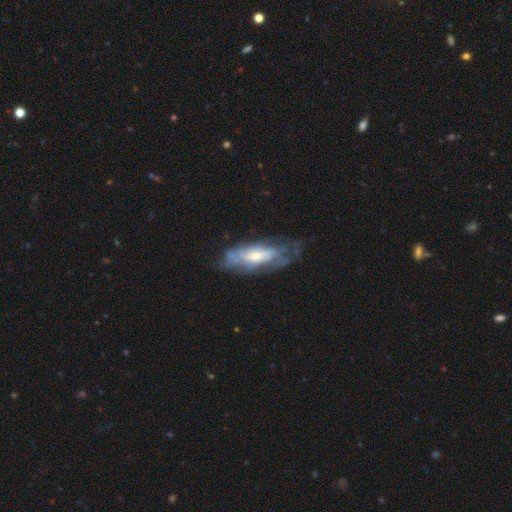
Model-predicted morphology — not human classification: Smooth or featured? Predicted: featured or disk (p=0.70). Edge-on disk? Predicted: no (p=0.79). Bar? Predicted: no (p=0.56). Spiral arms? Predicted: yes (p=0.68). Bulge size? Predicted: moderate (p=0.53). Merging? Predicted: none (p=0.53).